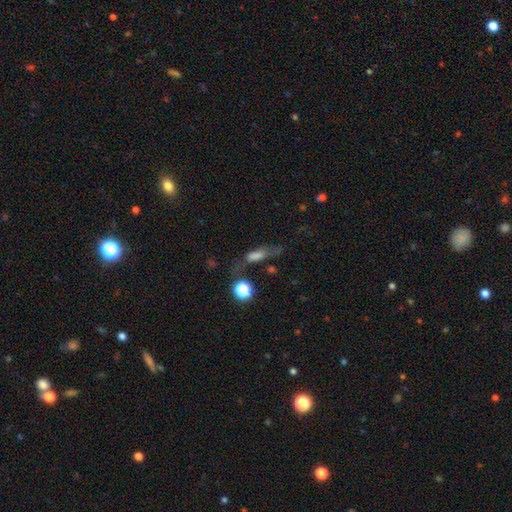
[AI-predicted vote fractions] smooth-or-featured: smooth: 58% | featured or disk: 23% | star or artifact: 19%
  how-rounded: in between: 45% (tied) | cigar-shaped: 45% (tied) | round: 10%
  merging: none: 44% | major disturbance: 25% | minor disturbance: 23% | merger: 8%